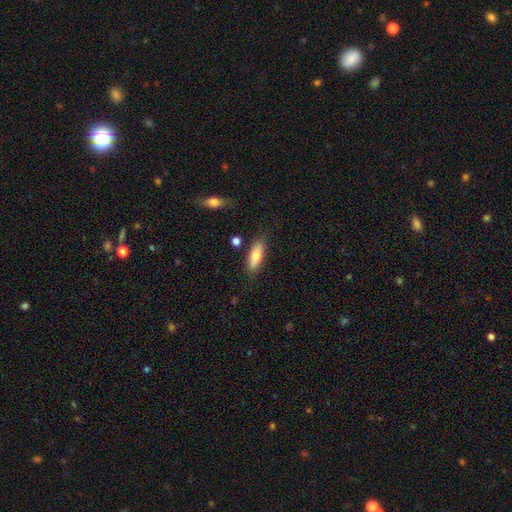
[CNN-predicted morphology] The model was most divided on "how rounded": in between: 62%, cigar-shaped: 36%, round: 2%. More confident: merging — none (79%); smooth or featured — smooth (75%).